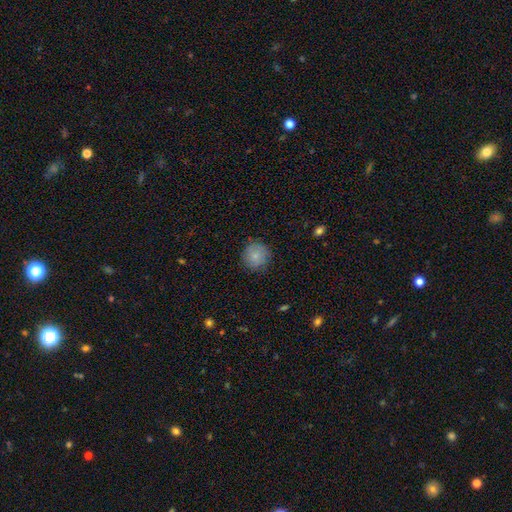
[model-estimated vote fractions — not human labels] smooth-or-featured: smooth: 83% | featured or disk: 10% | star or artifact: 8%
  how-rounded: round: 92% | in between: 7% | cigar-shaped: 1%
  merging: none: 83% | minor disturbance: 13% | major disturbance: 3% | merger: 1%